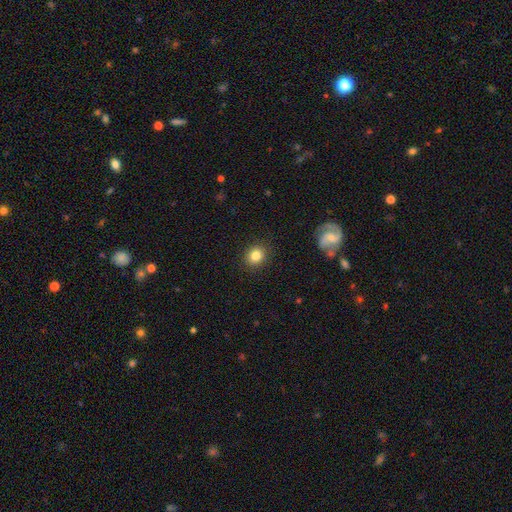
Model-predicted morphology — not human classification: Smooth or featured?
  - smooth: 83% *
  - star or artifact: 10%
  - featured or disk: 6%
How rounded?
  - round: 76% *
  - in between: 23%
  - cigar-shaped: 1%
Merging?
  - none: 90% *
  - minor disturbance: 7%
  - major disturbance: 2%
  - merger: 1%